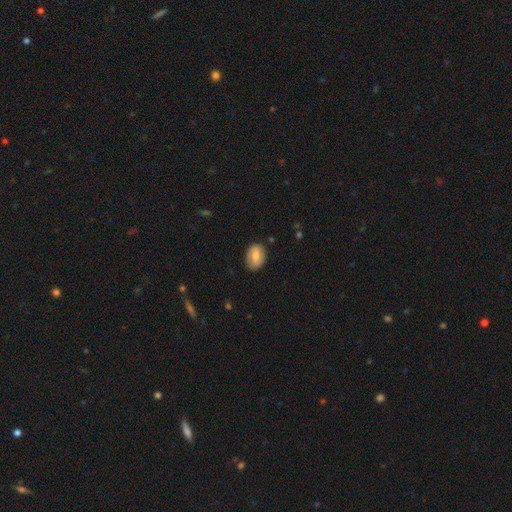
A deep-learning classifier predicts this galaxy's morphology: type=smooth (61%); roundness=in between (76%); merging=none (83%).